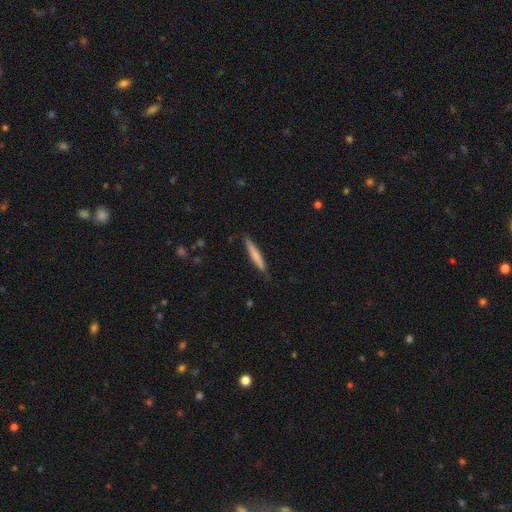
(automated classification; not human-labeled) A smooth galaxy with no disk features (69%) that is cigar-shaped (95%).

Vote fractions:
- Smooth or featured? smooth: 69% / featured or disk: 26% / star or artifact: 5%
- How rounded? cigar-shaped: 95% / in between: 4% / round: 1%
- Merging? none: 83% / minor disturbance: 13% / major disturbance: 2% / merger: 1%